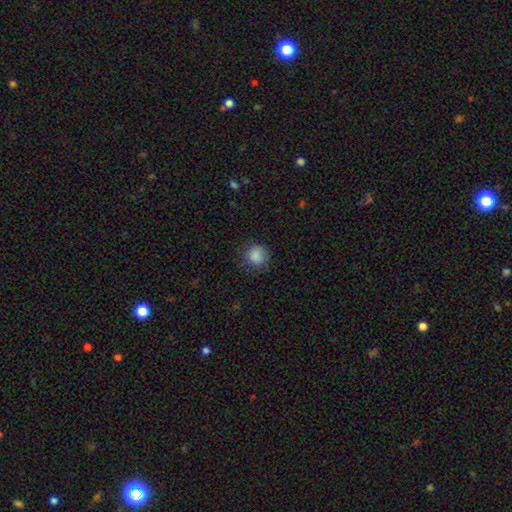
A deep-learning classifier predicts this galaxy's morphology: smooth 86%, star or artifact 10%, featured or disk 4%. Down the decision tree: how rounded — round (82%); merging — none (78%).